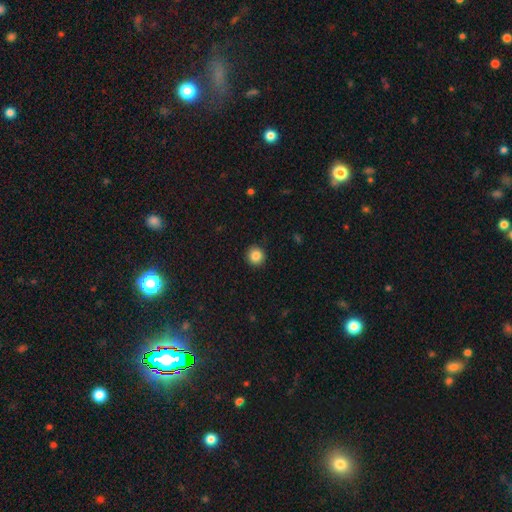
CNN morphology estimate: smooth-or-featured: smooth: 85% | star or artifact: 10% | featured or disk: 5%
  how-rounded: round: 93% | in between: 6% | cigar-shaped: 1%
  merging: none: 92% | minor disturbance: 5% | major disturbance: 2% | merger: 1%